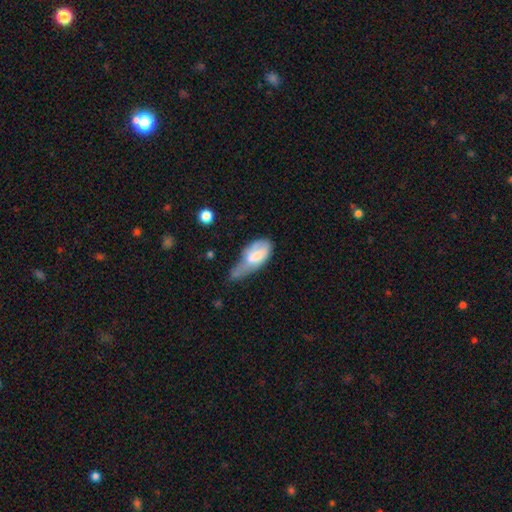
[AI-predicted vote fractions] Smooth or featured? smooth (64%)
How rounded? in between (89%)
Merging? minor disturbance (37%)